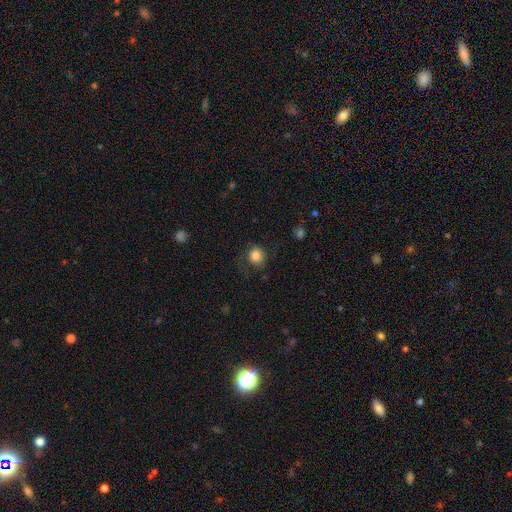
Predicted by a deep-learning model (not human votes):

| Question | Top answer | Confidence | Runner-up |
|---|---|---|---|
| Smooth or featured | smooth | 84% | star or artifact (10%) |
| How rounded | round | 85% | in between (14%) |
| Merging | none | 75% | minor disturbance (16%) |